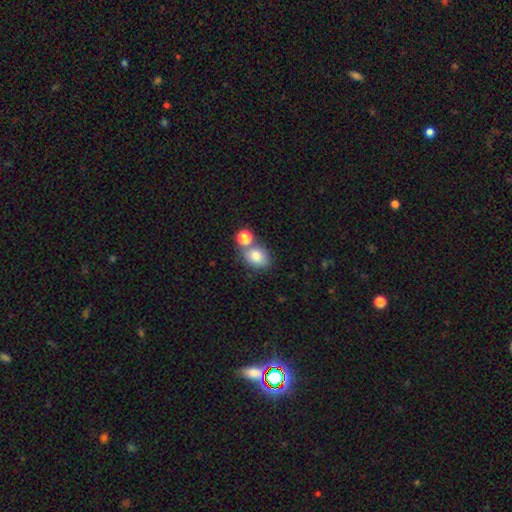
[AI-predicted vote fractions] Smooth or featured? Predicted: smooth (p=0.81). How rounded? Predicted: in between (p=0.59). Merging? Predicted: none (p=0.54).